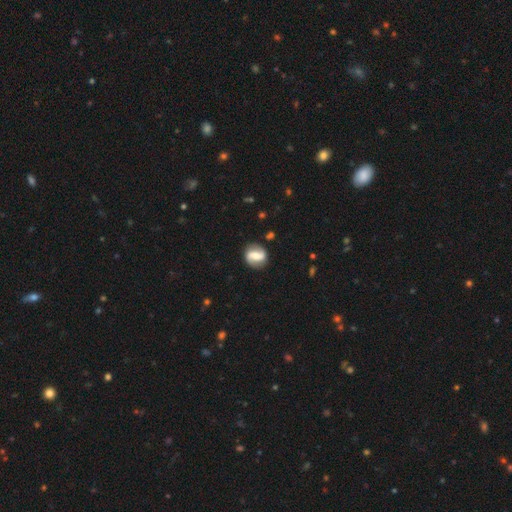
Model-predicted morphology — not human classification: This appears to be a featured or disk galaxy (70%) with a strong bar (39%), 2 (90%) loose (46%) spiral arms (89%) and a moderate central bulge (49%). Merging: none (84%).